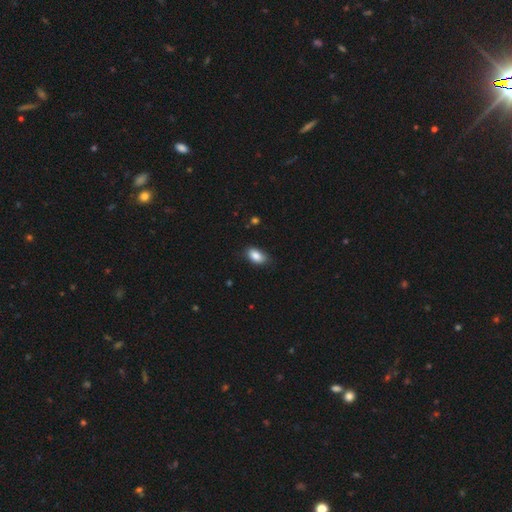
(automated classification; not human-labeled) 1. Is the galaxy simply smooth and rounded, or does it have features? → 86% smooth, 8% star or artifact, 6% featured or disk.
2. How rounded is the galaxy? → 91% in between, 7% round, 2% cigar-shaped.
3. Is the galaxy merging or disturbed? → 78% none, 18% minor disturbance, 3% major disturbance, 1% merger.